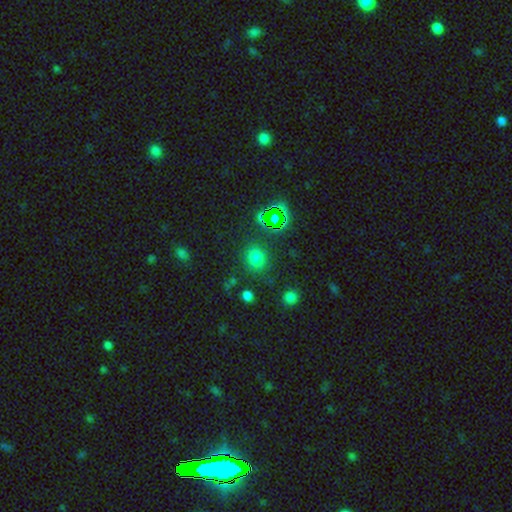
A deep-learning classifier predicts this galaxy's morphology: Q: Smooth or featured?
A: smooth (68%); runner-up: star or artifact (26%)
Q: How rounded?
A: round (69%); runner-up: in between (30%)
Q: Merging?
A: none (80%); runner-up: minor disturbance (11%)